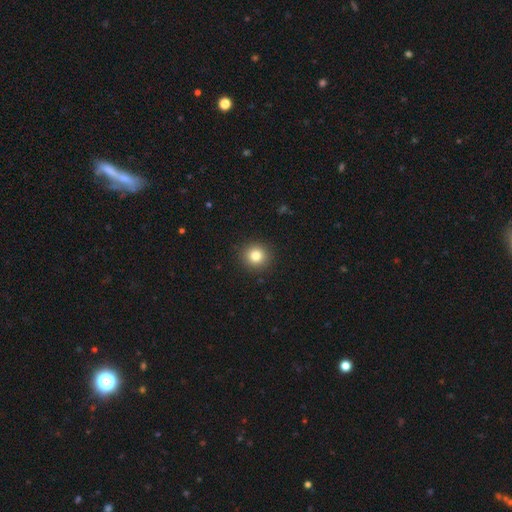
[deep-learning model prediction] Q: Smooth or featured?
A: smooth (82%); runner-up: star or artifact (11%)
Q: How rounded?
A: round (92%); runner-up: in between (7%)
Q: Merging?
A: none (92%); runner-up: minor disturbance (5%)